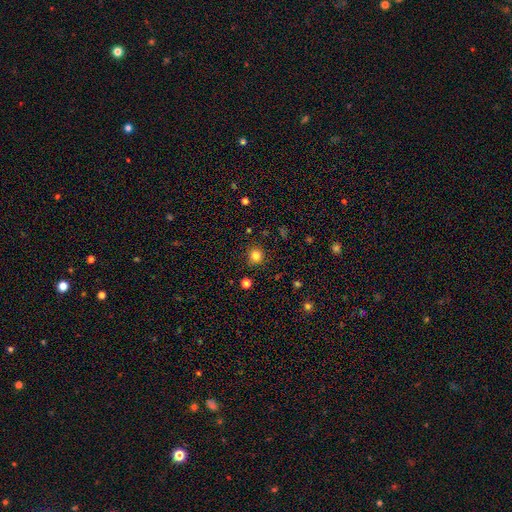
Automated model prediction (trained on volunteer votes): Morphology: type=smooth (83%); roundness=round (93%); merging=none (89%).